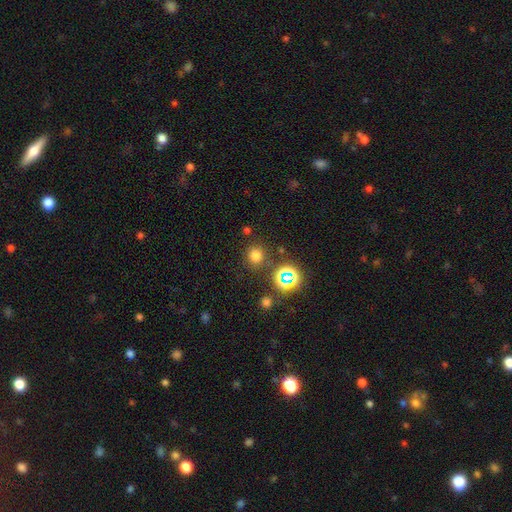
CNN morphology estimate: smooth-or-featured: smooth: 71% | star or artifact: 23% | featured or disk: 6%
  how-rounded: round: 90% | in between: 9% | cigar-shaped: 1%
  merging: none: 85% | minor disturbance: 8% | merger: 4% | major disturbance: 3%